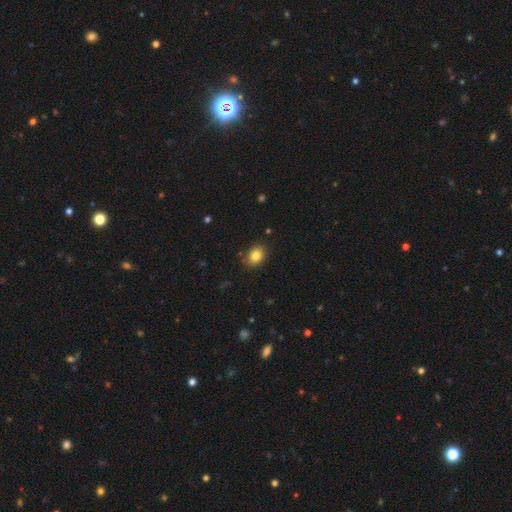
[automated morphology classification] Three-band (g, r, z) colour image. It shows a smooth galaxy with no disk features (85%) that is in between round and cigar-shaped (63%). Merging: none (85%).